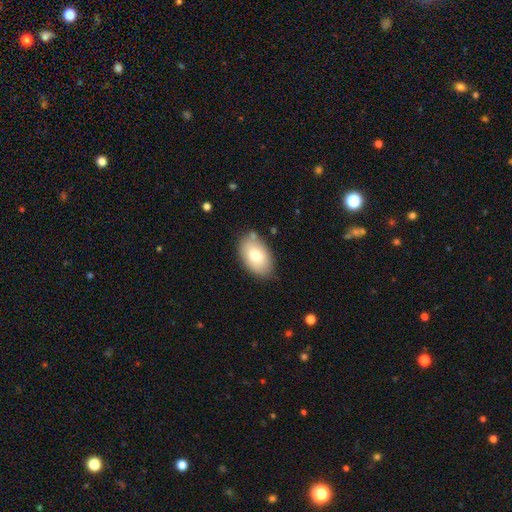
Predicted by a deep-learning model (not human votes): smooth 75%, featured or disk 18%, star or artifact 7%. Down the decision tree: how rounded — in between (92%); merging — none (77%).